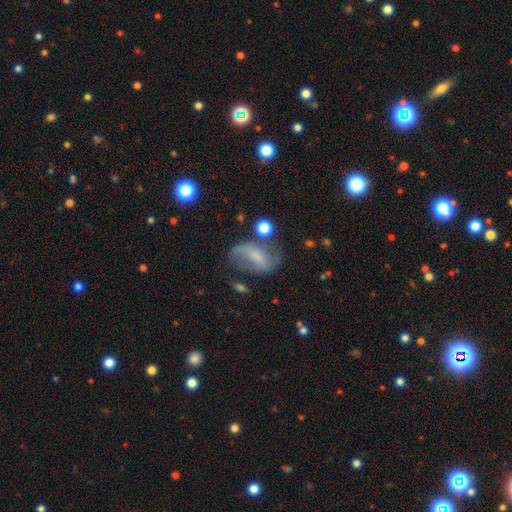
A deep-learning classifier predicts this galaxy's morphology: Smooth or featured? Predicted: featured or disk (p=0.66). Edge-on disk? Predicted: no (p=0.96). Bar? Predicted: weak (p=0.44). Spiral arms? Predicted: yes (p=0.87). Spiral winding? Predicted: loose (p=0.59). Spiral arm count? Predicted: 2 (p=0.86). Bulge size? Predicted: small (p=0.39). Merging? Predicted: none (p=0.56).